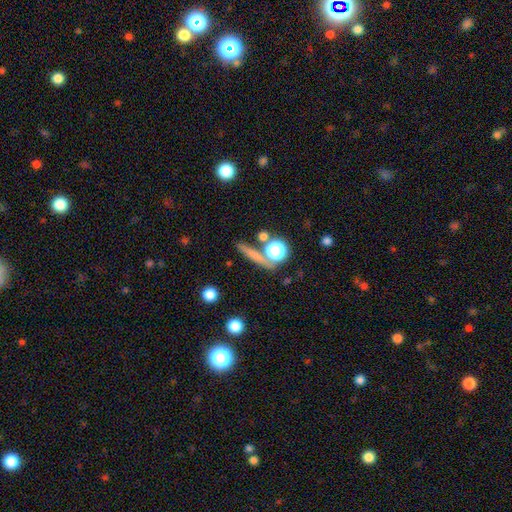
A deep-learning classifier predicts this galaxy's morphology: smooth-or-featured: smooth: 61% | featured or disk: 24% | star or artifact: 16%
  how-rounded: cigar-shaped: 61% | round: 26% | in between: 13%
  merging: none: 71% | merger: 13% | minor disturbance: 11% | major disturbance: 5%